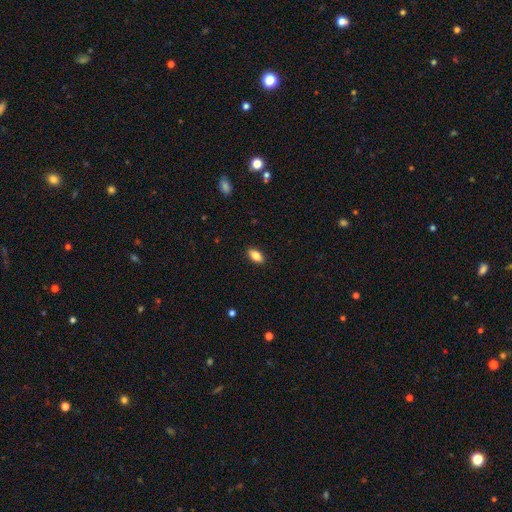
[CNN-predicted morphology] Q: Smooth or featured?
A: smooth (84%); runner-up: featured or disk (9%)
Q: How rounded?
A: in between (89%); runner-up: cigar-shaped (7%)
Q: Merging?
A: none (89%); runner-up: minor disturbance (8%)